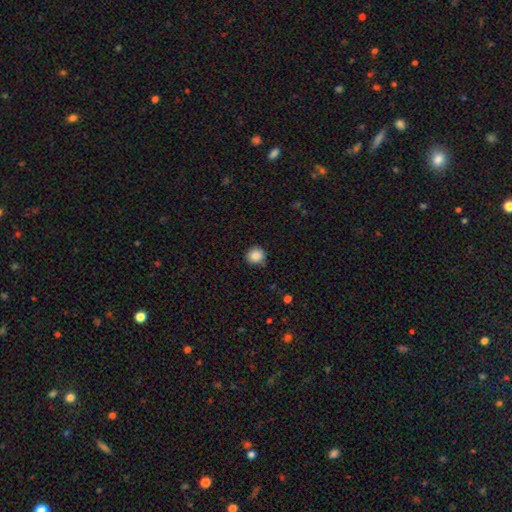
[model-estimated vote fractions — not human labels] Overall: smooth (87%). How rounded: round (90%). Merging: none (84%).